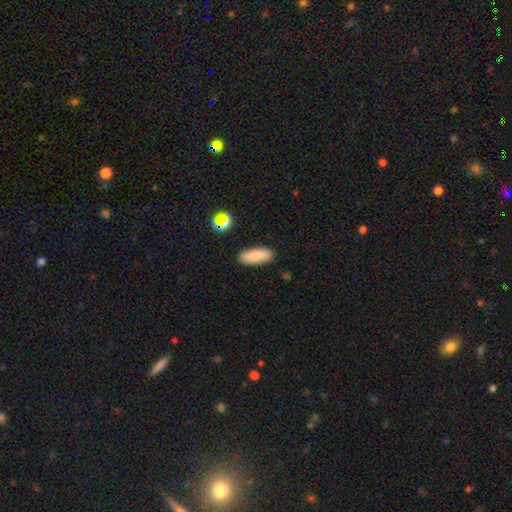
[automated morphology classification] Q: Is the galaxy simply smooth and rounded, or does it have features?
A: smooth — 85%.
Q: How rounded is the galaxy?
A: in between — 64%.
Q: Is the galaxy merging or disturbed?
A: none — 88%.